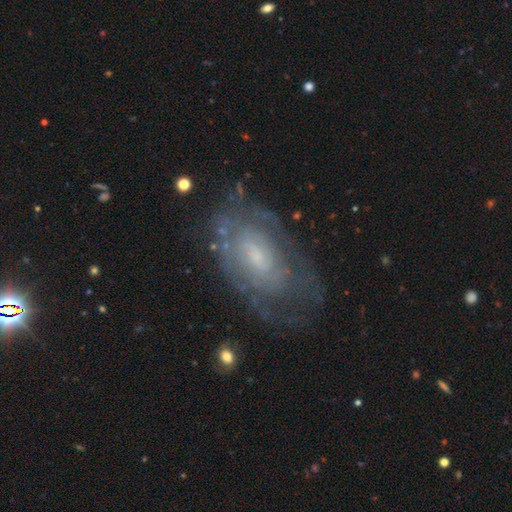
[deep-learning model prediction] featured or disk 70%, smooth 21%, star or artifact 8%. Down the decision tree: edge-on disk — no (94%); bar — no (63%); spiral arms — yes (66%); bulge size — small (48%); merging — none (68%).